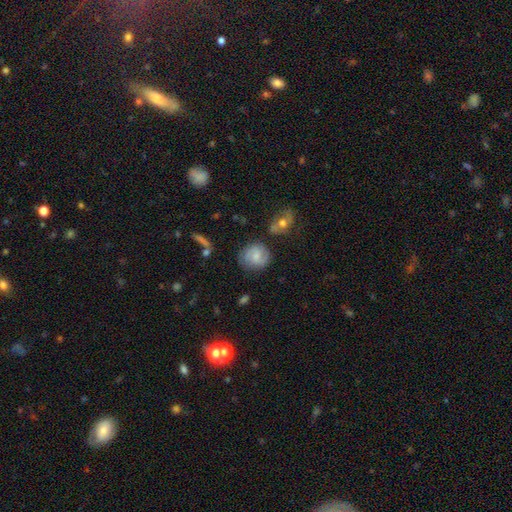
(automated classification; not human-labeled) The model was most divided on "smooth or featured": featured or disk: 47%, smooth: 45%, star or artifact: 8%. More confident: merging — none (75%).